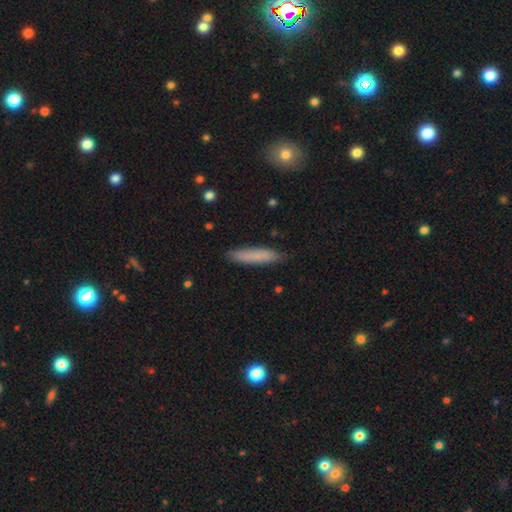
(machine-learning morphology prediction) This is likely a smooth galaxy (79%). How rounded: clearly cigar-shaped (87%). Merging: clearly none (85%).